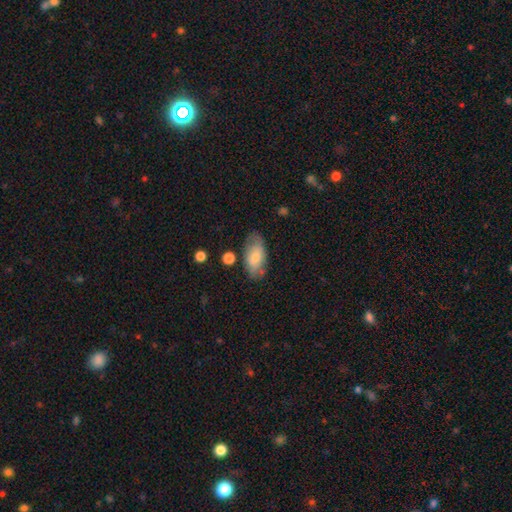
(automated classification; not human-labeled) smooth_or_featured: smooth (p=0.73) [alt: featured or disk p=0.21]
how_rounded: in between (p=0.91) [alt: cigar-shaped p=0.06]
merging: none (p=0.72) [alt: minor disturbance p=0.19]